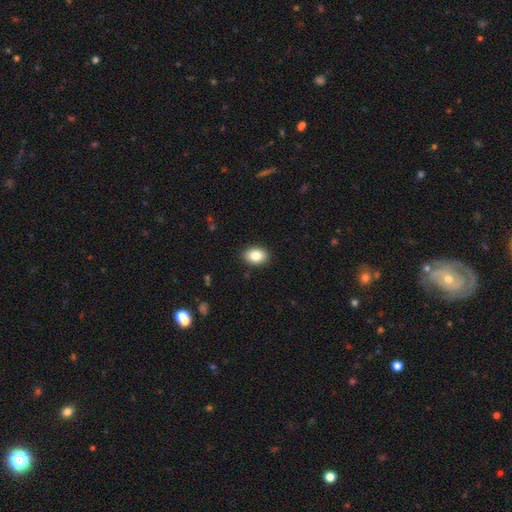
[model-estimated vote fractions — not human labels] The model was most divided on "how rounded": in between: 82%, round: 17%, cigar-shaped: 1%. More confident: merging — none (90%); smooth or featured — smooth (84%).